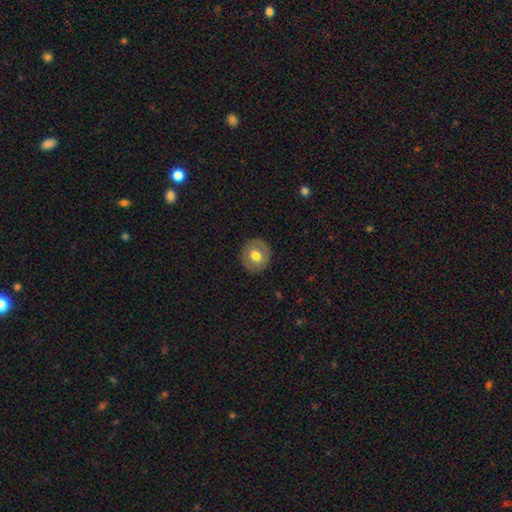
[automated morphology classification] A smooth galaxy with no disk features (65%) that is round (87%).

Vote fractions:
- Smooth or featured? smooth: 65% / featured or disk: 27% / star or artifact: 7%
- How rounded? round: 87% / in between: 12% / cigar-shaped: 1%
- Merging? none: 89% / minor disturbance: 8% / major disturbance: 2% / merger: 1%